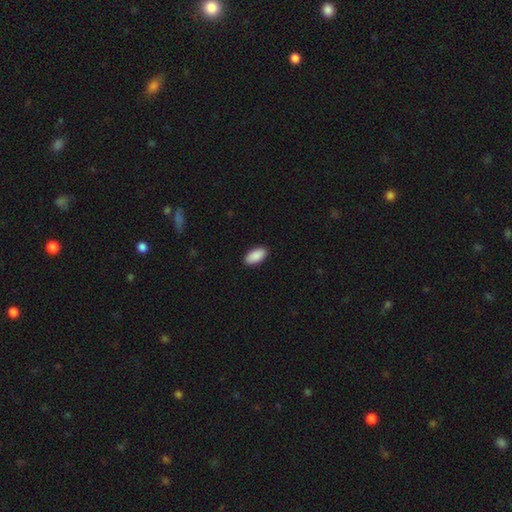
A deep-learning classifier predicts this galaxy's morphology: A smooth galaxy with no disk features (91%) that is in between round and cigar-shaped (94%). Merging: none (90%).